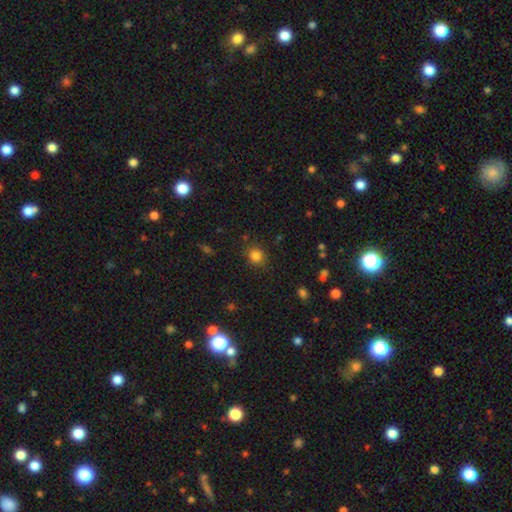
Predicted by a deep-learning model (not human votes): This is clearly a smooth galaxy (83%). How rounded: clearly round (84%). Merging: clearly none (86%).